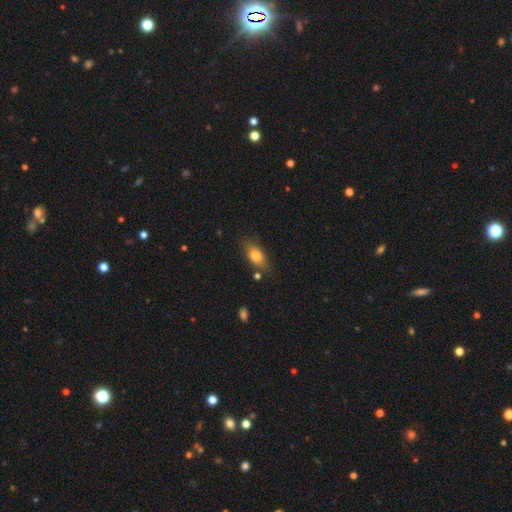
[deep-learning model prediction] Smooth or featured? Predicted: smooth (p=0.79). How rounded? Predicted: in between (p=0.83). Merging? Predicted: none (p=0.74).